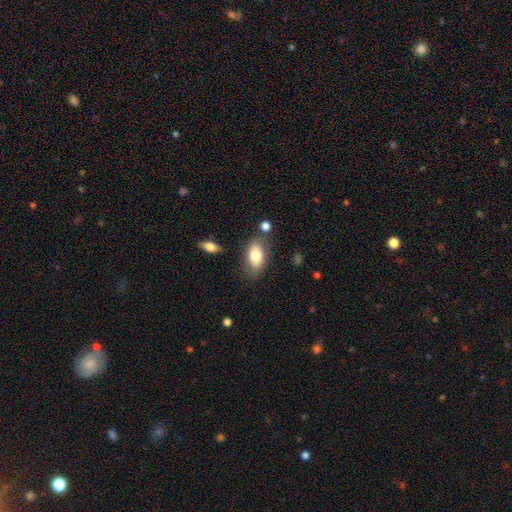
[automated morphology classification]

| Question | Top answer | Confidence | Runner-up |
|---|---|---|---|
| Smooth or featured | smooth | 78% | featured or disk (15%) |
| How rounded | in between | 91% | round (6%) |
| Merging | none | 74% | minor disturbance (16%) |